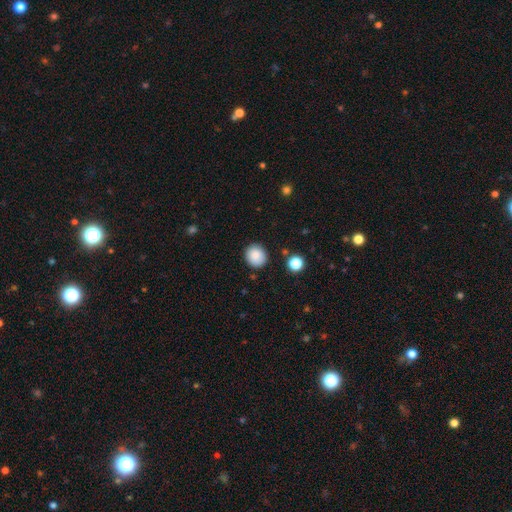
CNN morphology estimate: A smooth galaxy with no disk features (87%) that is round (83%). Merging: none (86%).